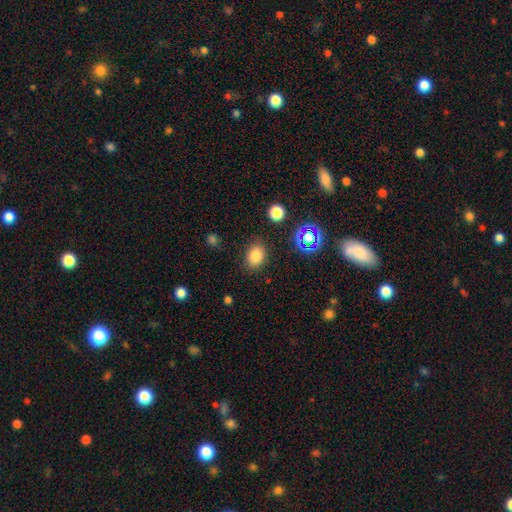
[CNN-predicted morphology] A smooth galaxy with no disk features (80%) that is in between round and cigar-shaped (60%).

Vote fractions:
- Smooth or featured? smooth: 80% / star or artifact: 14% / featured or disk: 6%
- How rounded? in between: 60% / round: 39% / cigar-shaped: 1%
- Merging? none: 82% / minor disturbance: 12% / major disturbance: 4% / merger: 2%